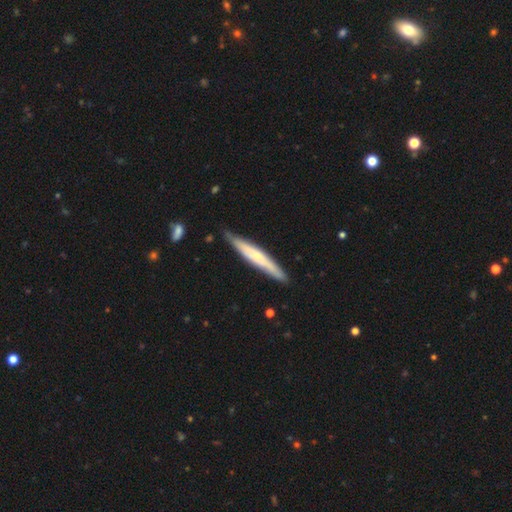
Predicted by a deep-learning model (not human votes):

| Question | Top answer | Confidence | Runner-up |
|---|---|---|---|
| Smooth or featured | featured or disk | 53% | smooth (42%) |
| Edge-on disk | yes | 90% | no (10%) |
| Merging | none | 84% | minor disturbance (13%) |